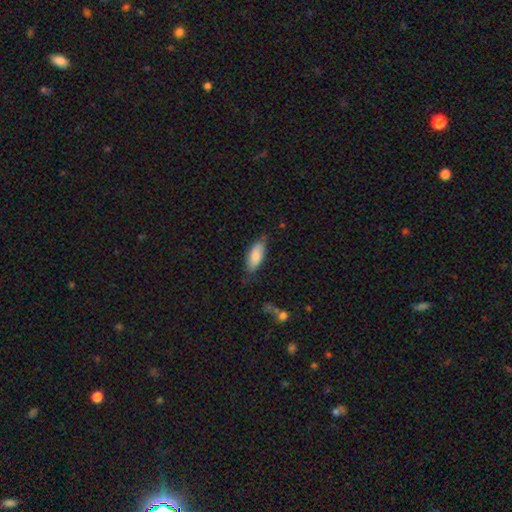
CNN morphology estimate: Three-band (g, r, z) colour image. It shows a smooth galaxy with no disk features (83%) that is in between round and cigar-shaped (80%). Merging: none (68%).